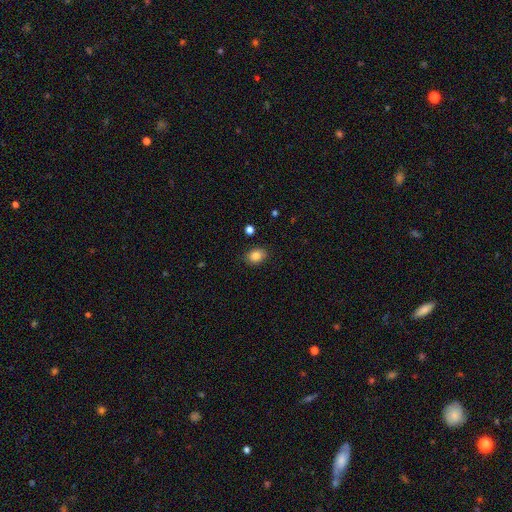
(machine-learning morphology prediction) Smooth or featured? smooth (85%)
How rounded? in between (63%)
Merging? none (85%)